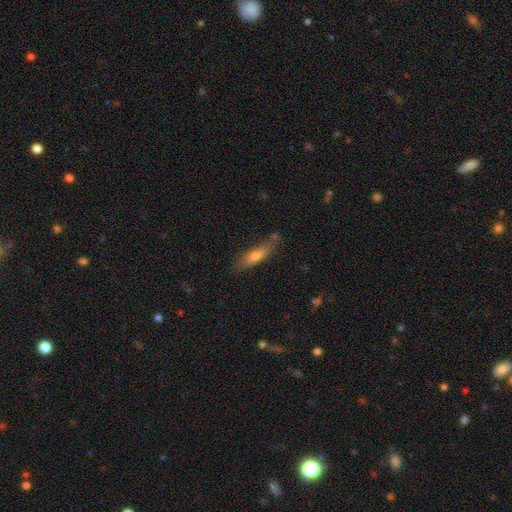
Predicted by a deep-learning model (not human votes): smooth-or-featured: smooth: 59% | featured or disk: 34% | star or artifact: 7%
  how-rounded: cigar-shaped: 73% | in between: 25% | round: 2%
  merging: none: 73% | minor disturbance: 18% | merger: 5% | major disturbance: 4%